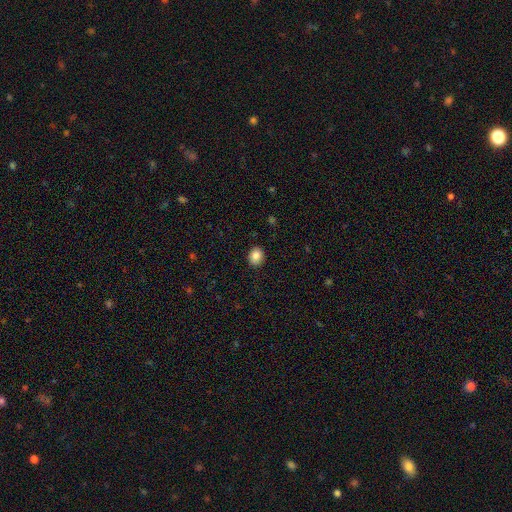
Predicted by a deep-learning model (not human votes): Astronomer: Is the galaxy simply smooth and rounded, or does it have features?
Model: smooth — 86%.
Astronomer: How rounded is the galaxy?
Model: round — 54% (runner-up: in between, 45%).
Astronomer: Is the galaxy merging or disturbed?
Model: none — 90%.